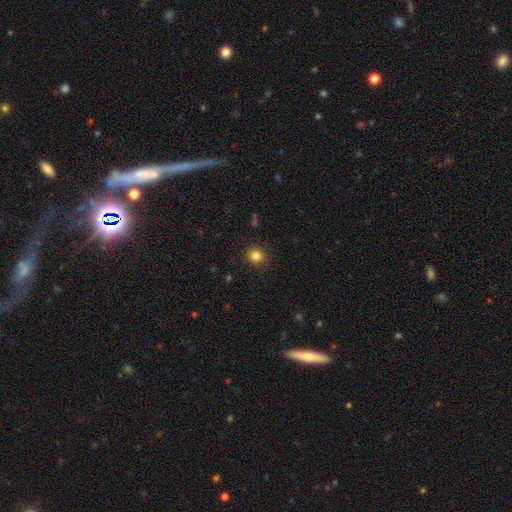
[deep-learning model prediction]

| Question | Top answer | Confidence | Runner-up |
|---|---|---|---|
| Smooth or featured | smooth | 83% | star or artifact (12%) |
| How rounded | round | 84% | in between (15%) |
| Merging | none | 88% | minor disturbance (8%) |